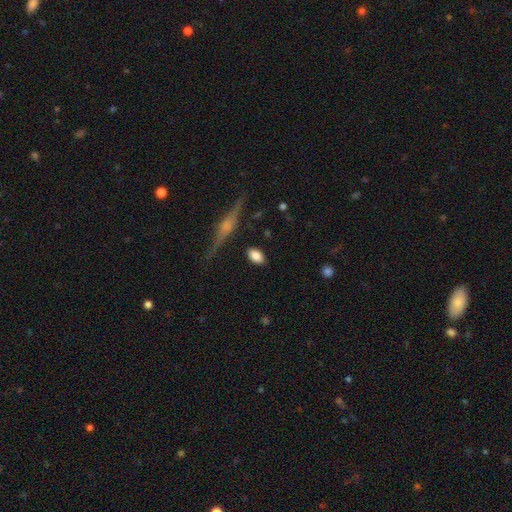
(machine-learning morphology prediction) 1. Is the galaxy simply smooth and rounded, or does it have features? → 82% smooth, 11% featured or disk, 8% star or artifact.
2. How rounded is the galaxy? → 88% in between, 9% round, 3% cigar-shaped.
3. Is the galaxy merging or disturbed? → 84% none, 10% minor disturbance, 3% major disturbance, 2% merger.